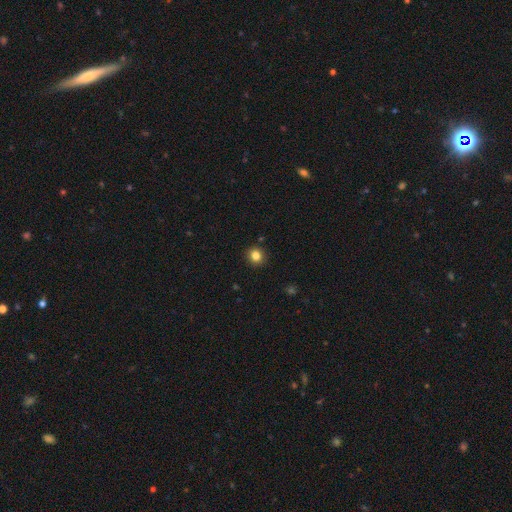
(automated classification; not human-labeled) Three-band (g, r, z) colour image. It shows a smooth galaxy with no disk features (83%) that is round (88%). Merging: none (91%).